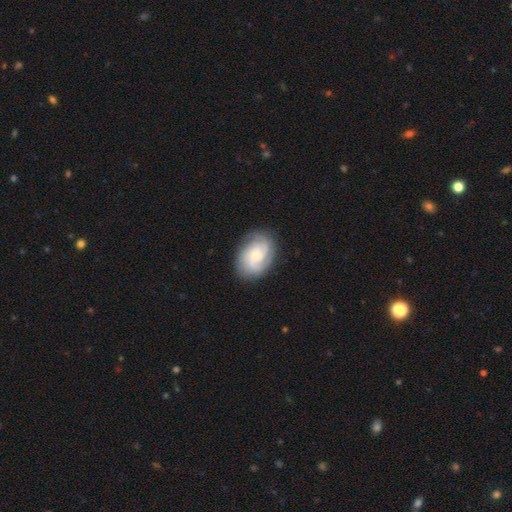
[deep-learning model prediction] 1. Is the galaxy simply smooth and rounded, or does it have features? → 71% featured or disk, 22% smooth, 6% star or artifact.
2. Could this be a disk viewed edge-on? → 97% no, 3% yes.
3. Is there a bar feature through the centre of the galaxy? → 71% no, 26% weak, 4% strong.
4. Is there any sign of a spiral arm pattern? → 95% yes, 5% no.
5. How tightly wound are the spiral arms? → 55% tight, 35% medium, 10% loose.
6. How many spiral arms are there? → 33% 3, 25% can't tell, 21% 2, 10% 4, 5% 1, 5% more than 4.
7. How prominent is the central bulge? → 59% small, 31% moderate, 5% large, 4% none, 1% dominant.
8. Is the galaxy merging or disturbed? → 80% none, 14% minor disturbance, 5% major disturbance, 1% merger.